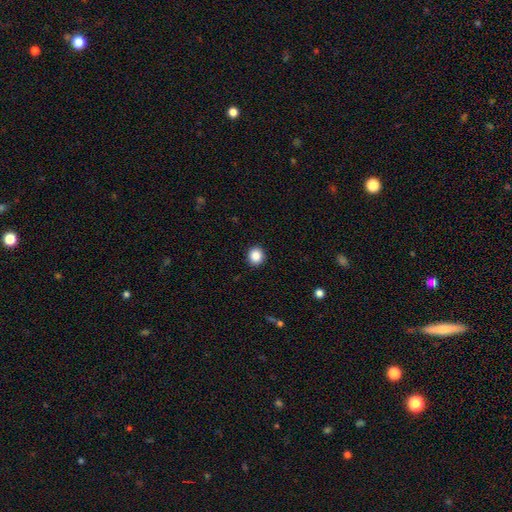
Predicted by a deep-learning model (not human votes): This is clearly a smooth galaxy (87%). How rounded: clearly round (88%). Merging: clearly none (92%).